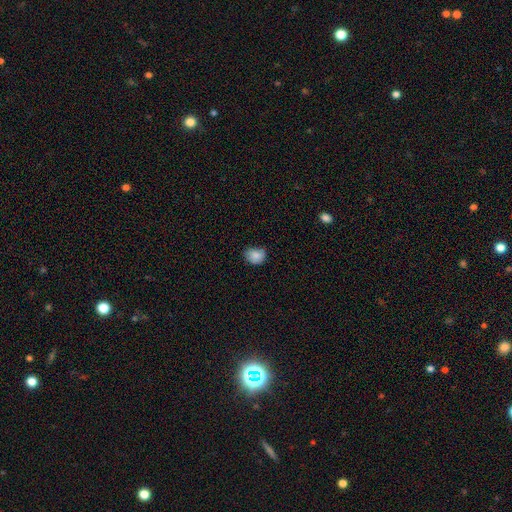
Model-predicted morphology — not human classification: A smooth galaxy with no disk features (83%) that is round (55%).

Vote fractions:
- Smooth or featured? smooth: 83% / star or artifact: 9% / featured or disk: 8%
- How rounded? round: 55% / in between: 44% / cigar-shaped: 1%
- Merging? none: 63% / minor disturbance: 30% / major disturbance: 5% / merger: 2%